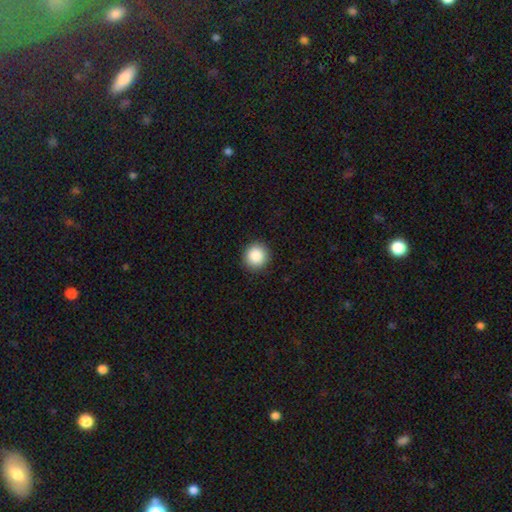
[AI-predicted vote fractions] Smooth or featured? Predicted: smooth (p=0.88). How rounded? Predicted: round (p=0.93). Merging? Predicted: none (p=0.92).